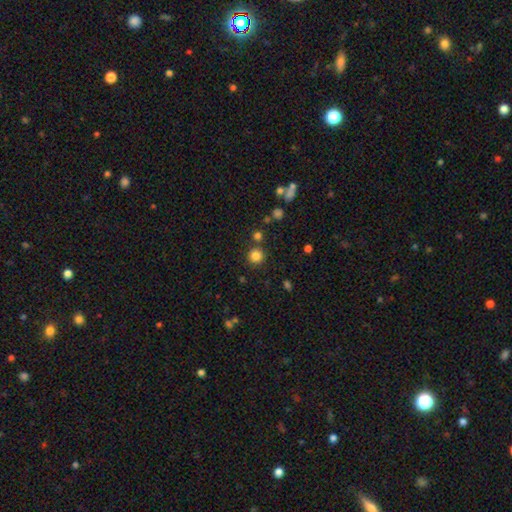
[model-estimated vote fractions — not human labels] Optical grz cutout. It shows a smooth galaxy with no disk features (82%) that is round (94%). Merging: none (82%).